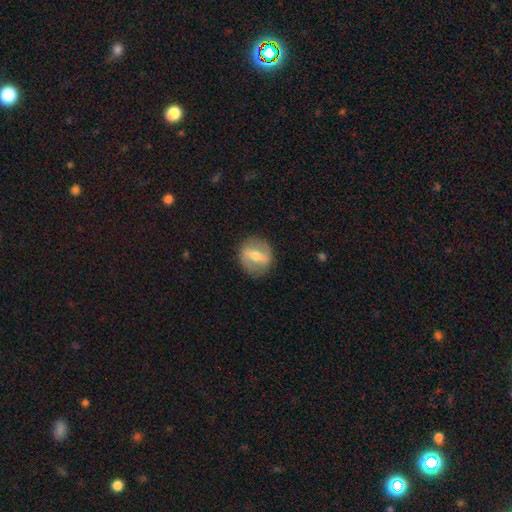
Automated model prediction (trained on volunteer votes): A featured or disk galaxy (56%).

Vote fractions:
- Smooth or featured? featured or disk: 56% / smooth: 37% / star or artifact: 7%
- Edge-on disk? no: 82% / yes: 18%
- Merging? none: 85% / minor disturbance: 10% / major disturbance: 4% / merger: 1%